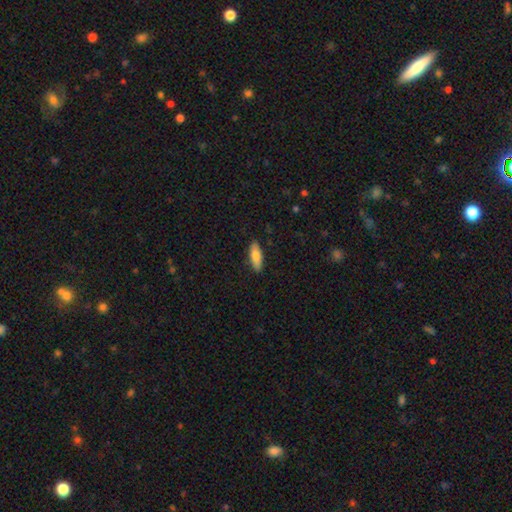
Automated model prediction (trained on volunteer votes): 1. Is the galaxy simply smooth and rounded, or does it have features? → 76% smooth, 18% featured or disk, 6% star or artifact.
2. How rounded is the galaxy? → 54% in between, 44% cigar-shaped, 2% round.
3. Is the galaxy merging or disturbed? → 89% none, 9% minor disturbance, 2% major disturbance, 1% merger.